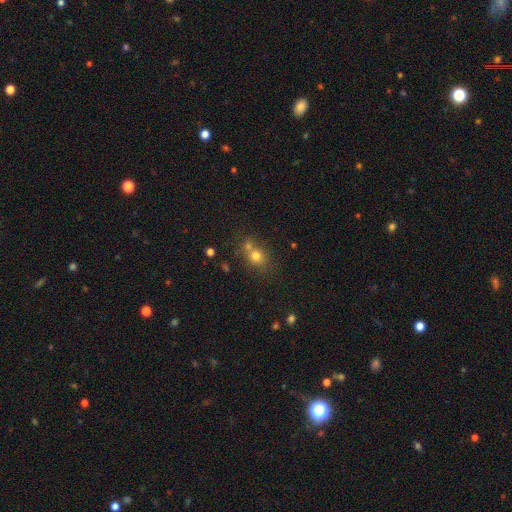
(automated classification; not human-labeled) The model was most divided on "merging": none: 51%, merger: 35%, minor disturbance: 11%, major disturbance: 4%. More confident: smooth or featured — smooth (72%); how rounded — round (68%).